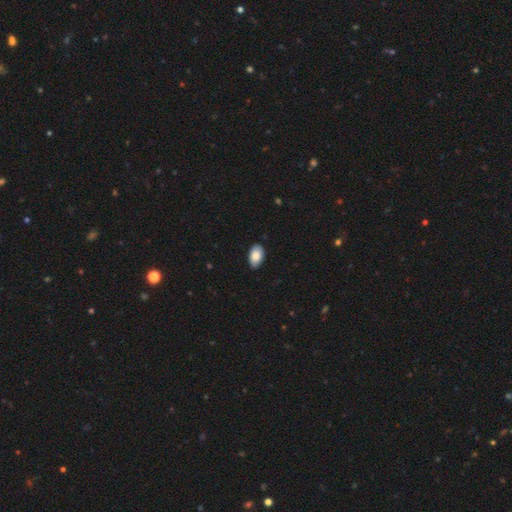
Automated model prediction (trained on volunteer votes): A smooth galaxy with no disk features (85%) that is in between round and cigar-shaped (94%). Merging: none (87%).